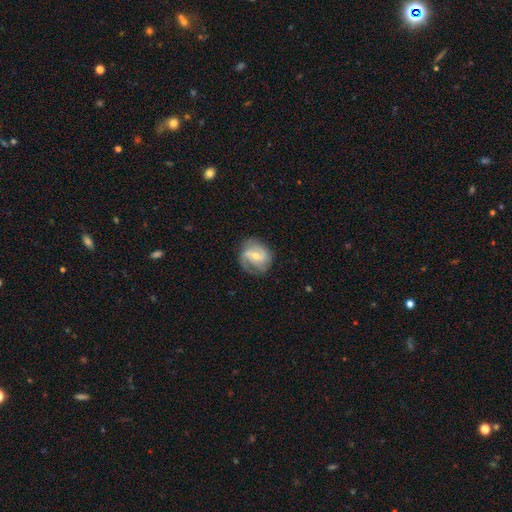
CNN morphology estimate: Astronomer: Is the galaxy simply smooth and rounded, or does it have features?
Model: featured or disk — 72%.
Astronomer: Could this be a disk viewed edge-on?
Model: no — 97%.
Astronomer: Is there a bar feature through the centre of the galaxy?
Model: weak — 47% (runner-up: no, 29%).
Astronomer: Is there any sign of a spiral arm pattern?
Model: yes — 88%.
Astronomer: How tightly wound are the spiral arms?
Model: medium — 44% (runner-up: tight, 30%).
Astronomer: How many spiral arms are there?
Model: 2 — 67%.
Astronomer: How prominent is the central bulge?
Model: moderate — 50% (runner-up: small, 46%).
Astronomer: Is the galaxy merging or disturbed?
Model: none — 68%.